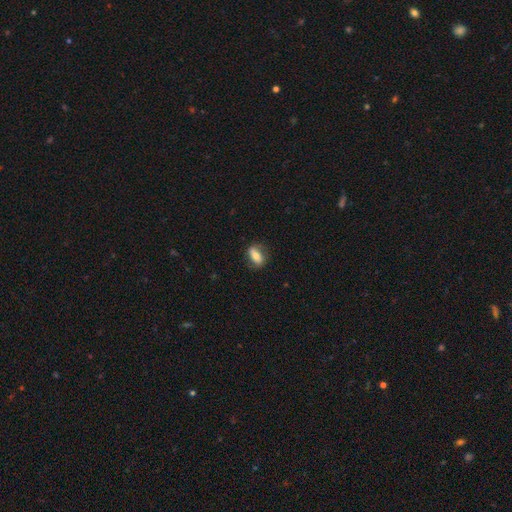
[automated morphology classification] smooth-or-featured: smooth: 62% | featured or disk: 30% | star or artifact: 7%
  how-rounded: in between: 77% | cigar-shaped: 13% | round: 10%
  merging: none: 75% | minor disturbance: 18% | major disturbance: 6% | merger: 1%